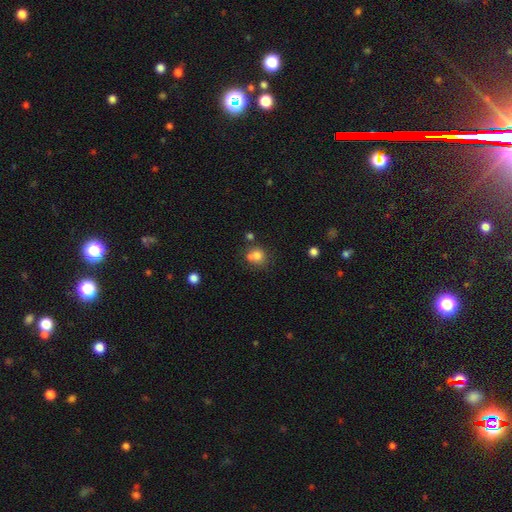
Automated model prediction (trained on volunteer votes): This appears to be a smooth galaxy with no disk features (75%) that is round (77%). Merging: none (45%).